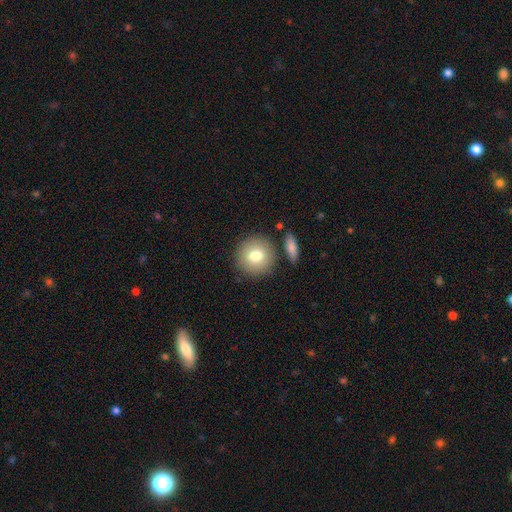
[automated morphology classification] Smooth or featured: smooth — 78% (featured or disk — 13%)
How rounded: round — 93% (in between — 6%)
Merging: none — 81% (minor disturbance — 9%)